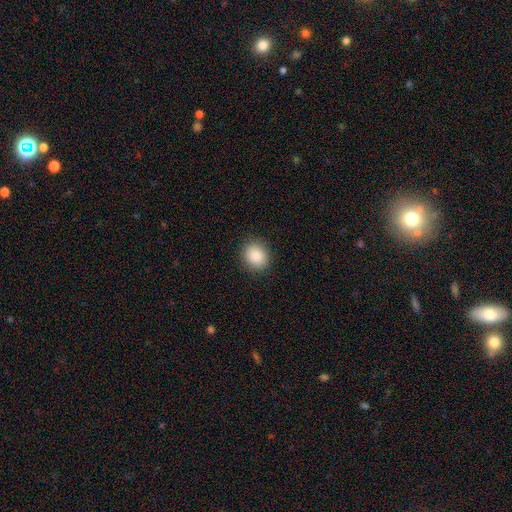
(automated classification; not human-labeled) smooth-or-featured: smooth: 86% | star or artifact: 8% | featured or disk: 6%
  how-rounded: round: 73% | in between: 27% | cigar-shaped: 1%
  merging: none: 89% | minor disturbance: 7% | major disturbance: 2% | merger: 1%